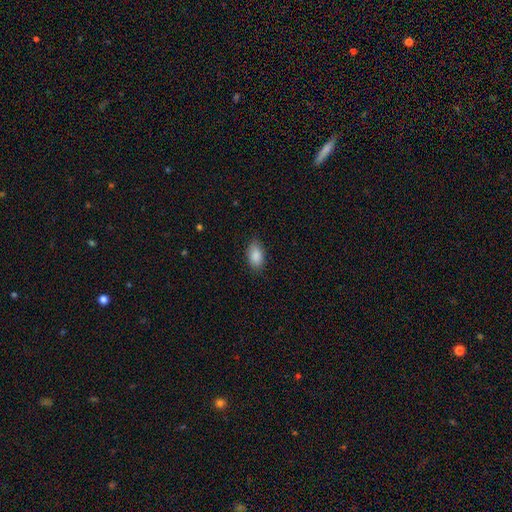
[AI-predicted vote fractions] This is clearly a smooth galaxy (89%). How rounded: clearly in between (92%). Merging: clearly none (85%).